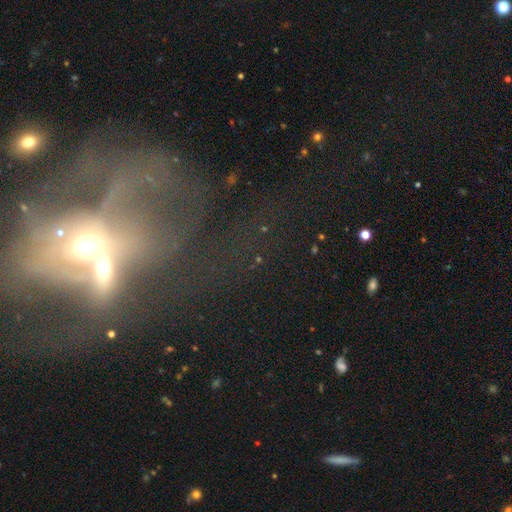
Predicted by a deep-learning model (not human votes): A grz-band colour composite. It shows a featured or disk galaxy (47%). Merging: merger (39%).